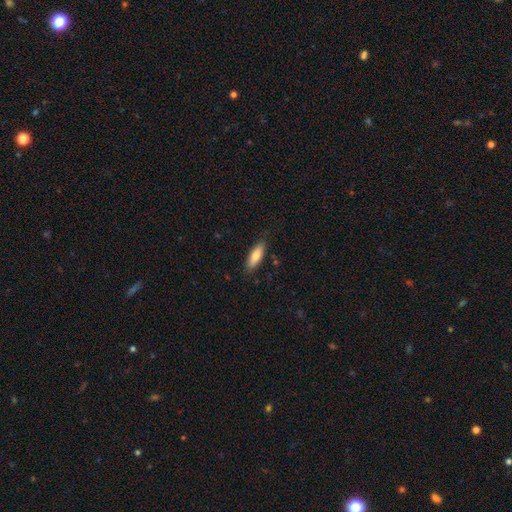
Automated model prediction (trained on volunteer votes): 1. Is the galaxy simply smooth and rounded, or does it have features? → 78% smooth, 16% featured or disk, 6% star or artifact.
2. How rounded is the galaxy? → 56% in between, 43% cigar-shaped, 2% round.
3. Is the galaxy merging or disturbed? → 85% none, 12% minor disturbance, 2% major disturbance, 1% merger.